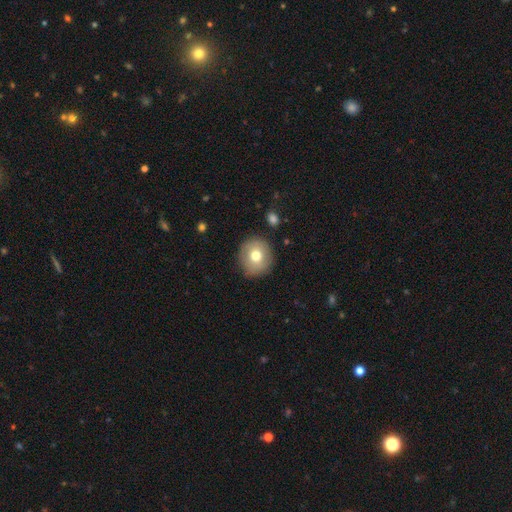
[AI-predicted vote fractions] This is likely a smooth galaxy (72%). How rounded: clearly round (88%). Merging: clearly none (87%).